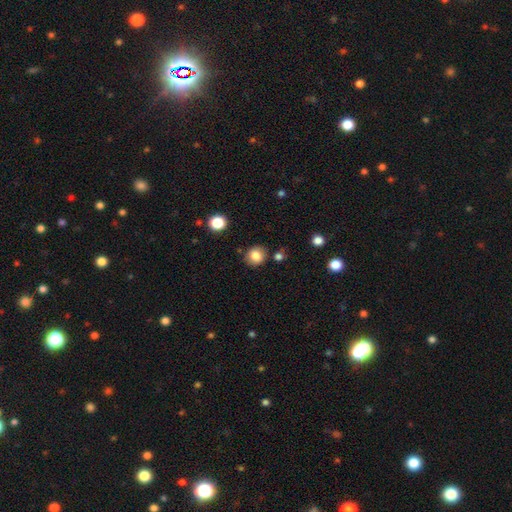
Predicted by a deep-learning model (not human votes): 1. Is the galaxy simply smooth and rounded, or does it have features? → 84% smooth, 10% star or artifact, 6% featured or disk.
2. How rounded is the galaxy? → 81% round, 18% in between, 1% cigar-shaped.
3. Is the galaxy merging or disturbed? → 84% none, 9% minor disturbance, 4% merger, 3% major disturbance.